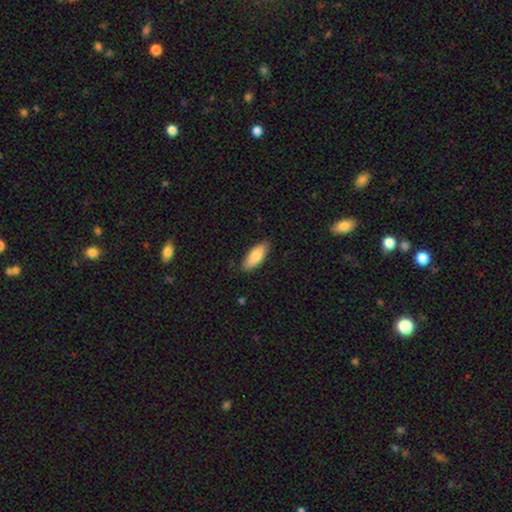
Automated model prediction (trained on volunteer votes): A smooth galaxy with no disk features (83%) that is in between round and cigar-shaped (80%). Merging: none (85%).